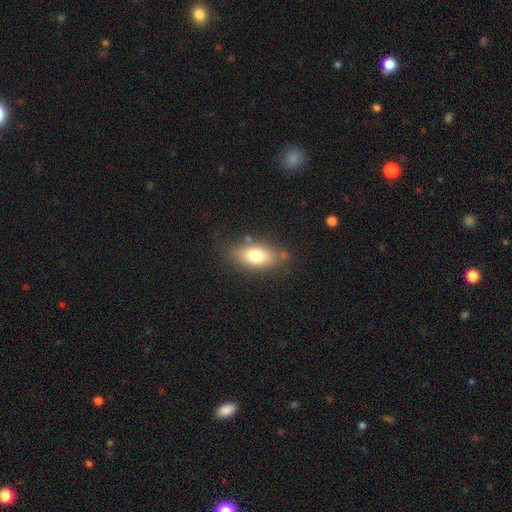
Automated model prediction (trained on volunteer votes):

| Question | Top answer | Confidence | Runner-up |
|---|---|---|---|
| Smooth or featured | smooth | 75% | featured or disk (17%) |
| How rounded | in between | 86% | cigar-shaped (8%) |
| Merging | none | 74% | minor disturbance (17%) |